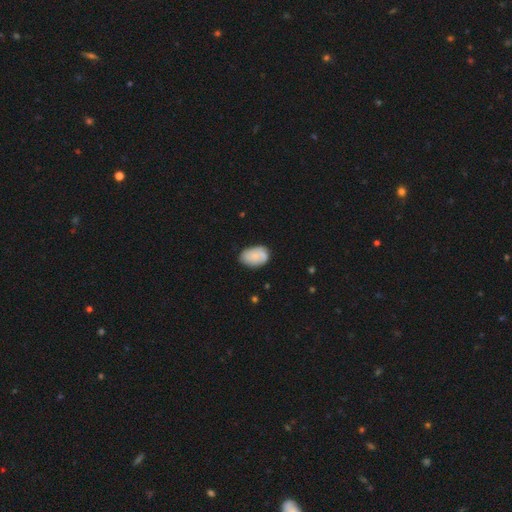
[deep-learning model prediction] Morphology: type=smooth (80%); roundness=in between (88%); merging=none (67%).